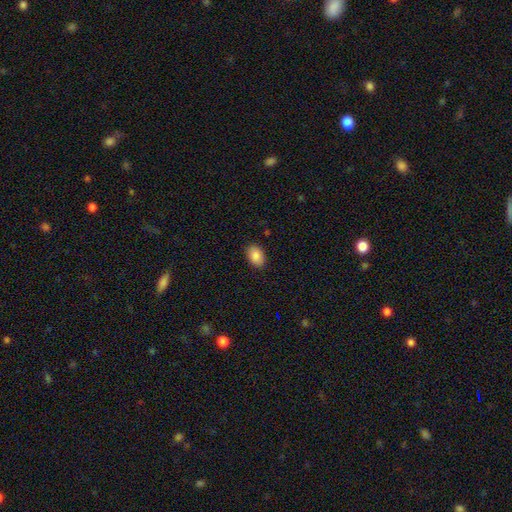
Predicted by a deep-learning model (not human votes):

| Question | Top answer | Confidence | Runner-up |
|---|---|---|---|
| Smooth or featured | smooth | 88% | star or artifact (7%) |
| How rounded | in between | 87% | round (12%) |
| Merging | none | 88% | minor disturbance (9%) |